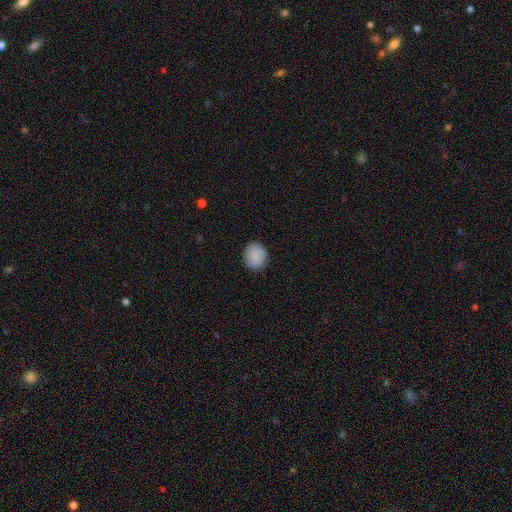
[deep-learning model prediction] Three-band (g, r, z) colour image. It shows a smooth galaxy with no disk features (86%) that is round (81%). Merging: none (88%).